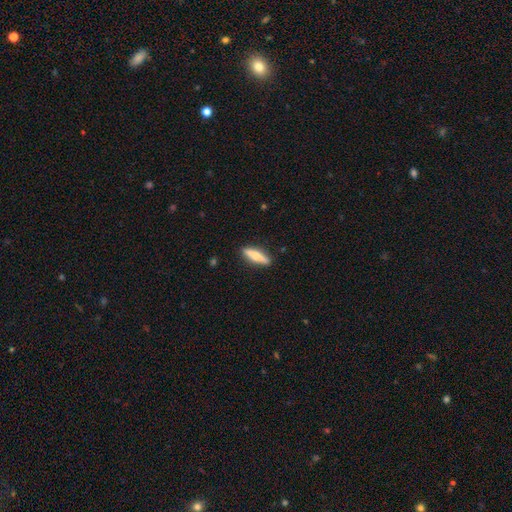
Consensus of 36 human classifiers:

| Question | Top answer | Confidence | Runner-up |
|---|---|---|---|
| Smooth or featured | featured or disk | 56% | smooth (39%) |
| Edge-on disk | yes | 95% | no (5%) |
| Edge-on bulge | rounded | 95% | boxy (5%) |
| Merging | none | 85% | minor disturbance (9%) |